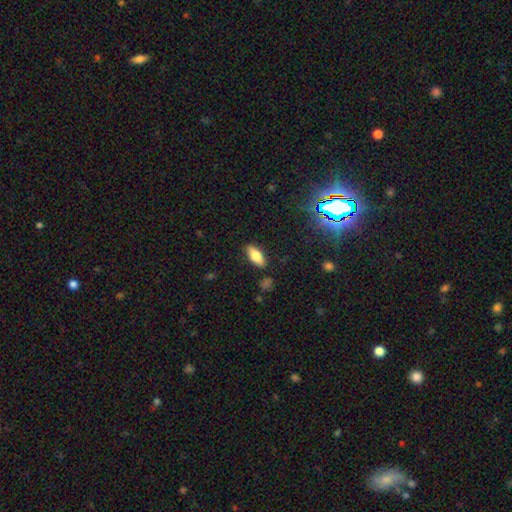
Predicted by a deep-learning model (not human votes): Smooth or featured? smooth (71%)
How rounded? in between (80%)
Merging? none (87%)